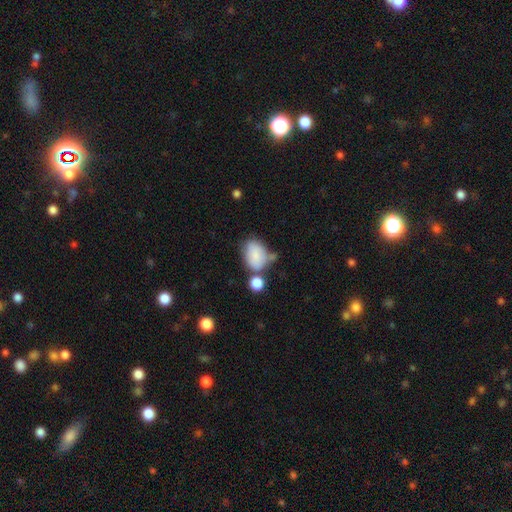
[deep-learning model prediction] A smooth galaxy with no disk features (79%) that is in between round and cigar-shaped (78%). Merging: none (38%).